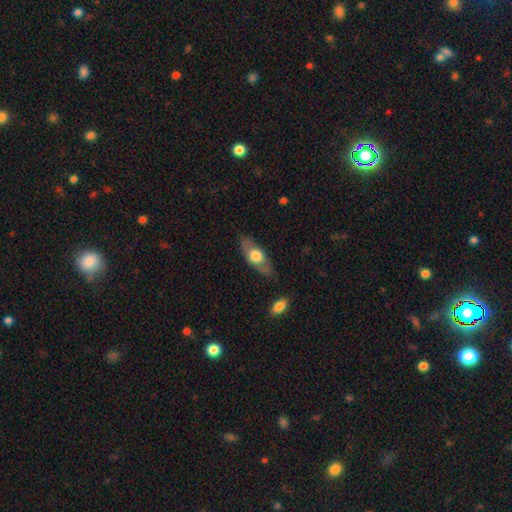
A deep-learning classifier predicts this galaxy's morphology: Smooth or featured? Predicted: smooth (p=0.52). How rounded? Predicted: in between (p=0.75). Merging? Predicted: none (p=0.79).